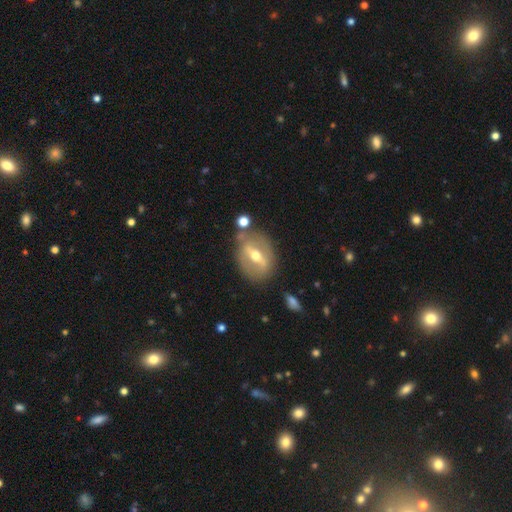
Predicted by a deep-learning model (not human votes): Smooth or featured?
  - featured or disk: 69% *
  - smooth: 25%
  - star or artifact: 7%
Edge-on disk?
  - no: 82% *
  - yes: 18%
Bar?
  - strong: 63% *
  - weak: 26%
  - no: 11%
Spiral arms?
  - no: 73% *
  - yes: 27%
Bulge size?
  - moderate: 71% *
  - small: 22%
  - large: 5%
  - dominant: 1%
  - none: 1%
Merging?
  - none: 73% *
  - minor disturbance: 15%
  - merger: 6%
  - major disturbance: 6%